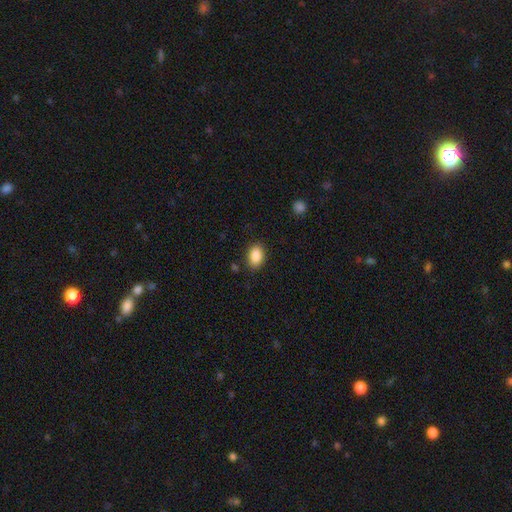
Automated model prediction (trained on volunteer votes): Smooth or featured? Predicted: smooth (p=0.88). How rounded? Predicted: in between (p=0.86). Merging? Predicted: none (p=0.85).